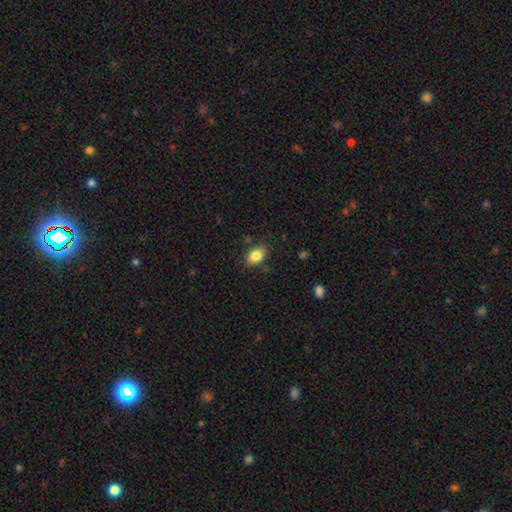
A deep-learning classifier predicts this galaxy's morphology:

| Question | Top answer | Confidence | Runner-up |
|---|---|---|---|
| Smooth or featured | smooth | 85% | star or artifact (8%) |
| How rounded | in between | 86% | round (12%) |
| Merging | none | 82% | minor disturbance (13%) |